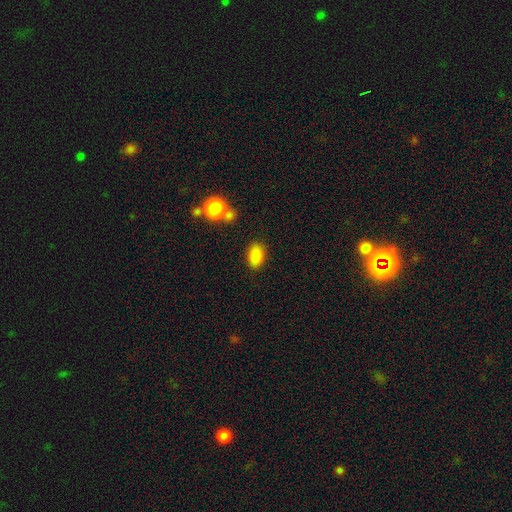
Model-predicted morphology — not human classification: smooth-or-featured: smooth: 87% | star or artifact: 9% | featured or disk: 4%
  how-rounded: in between: 89% | round: 10% | cigar-shaped: 2%
  merging: none: 83% | minor disturbance: 10% | merger: 4% | major disturbance: 3%